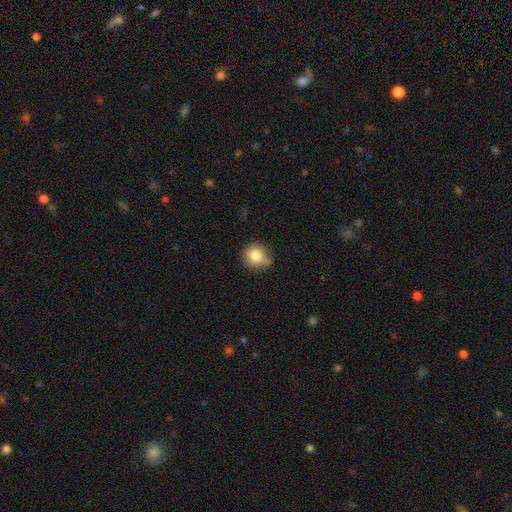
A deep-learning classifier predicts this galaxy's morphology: Overall: smooth (83%). How rounded: round (83%). Merging: none (74%).